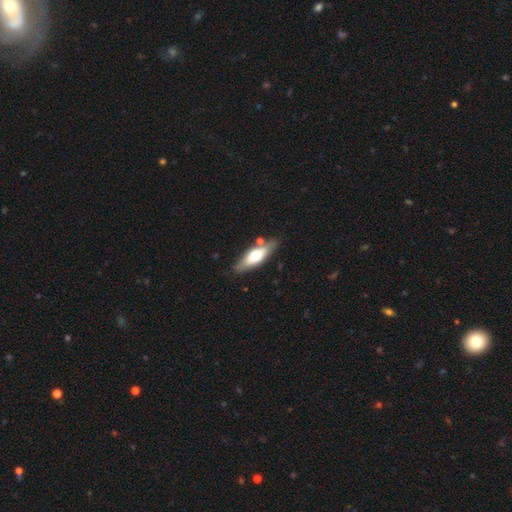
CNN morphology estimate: A smooth galaxy with no disk features (48%). Merging: none (79%).